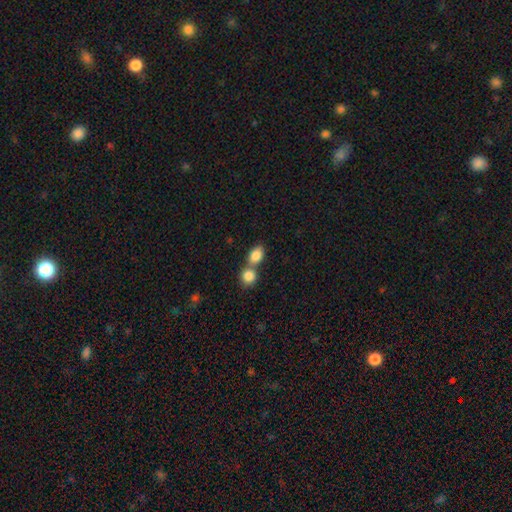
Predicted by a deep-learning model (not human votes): Smooth or featured? Predicted: smooth (p=0.85). How rounded? Predicted: in between (p=0.70). Merging? Predicted: merger (p=0.51).